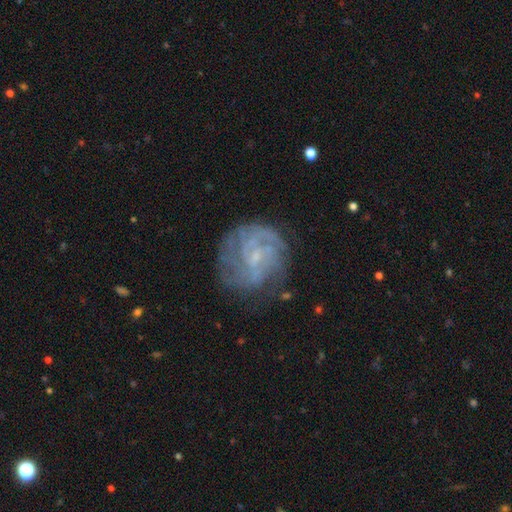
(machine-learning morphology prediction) featured or disk 76%, smooth 14%, star or artifact 10%. Down the decision tree: edge-on disk — no (98%); bar — no (46%); spiral arms — yes (89%); spiral arm count — can't tell (40%); spiral winding — tight (57%); bulge size — small (68%); merging — none (72%).